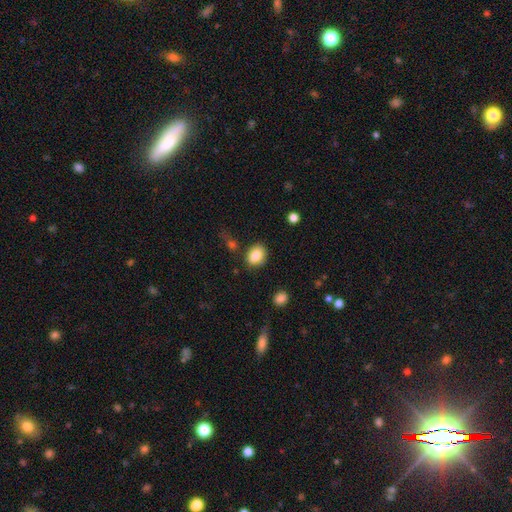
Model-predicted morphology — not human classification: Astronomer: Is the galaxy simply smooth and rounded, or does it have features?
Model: smooth — 84%.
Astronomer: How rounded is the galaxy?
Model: in between — 58% (runner-up: round, 41%).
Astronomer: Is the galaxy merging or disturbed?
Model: none — 82%.